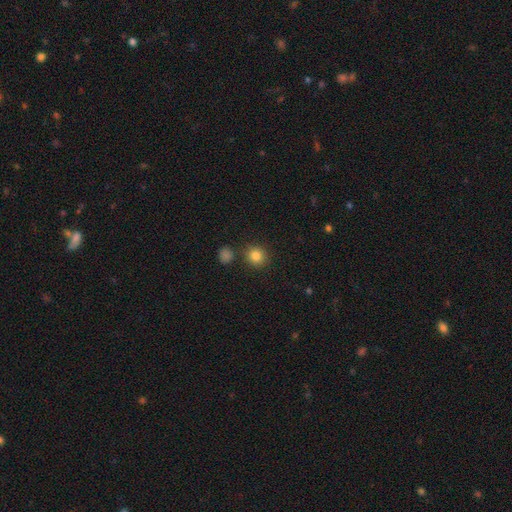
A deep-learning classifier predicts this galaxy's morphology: A smooth galaxy with no disk features (84%) that is round (88%). Merging: none (83%).